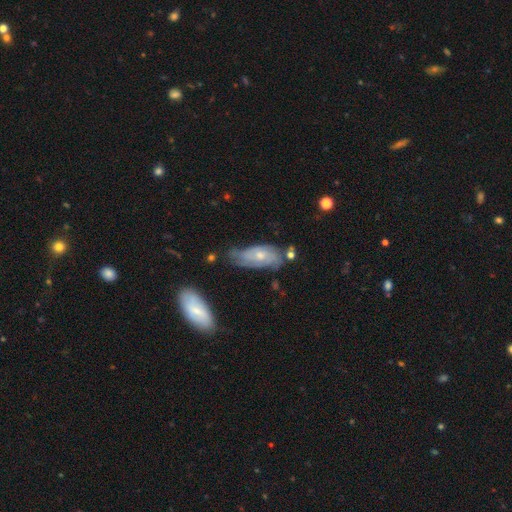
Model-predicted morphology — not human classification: Smooth or featured? featured or disk (51%)
Edge-on disk? no (83%)
Merging? none (55%)